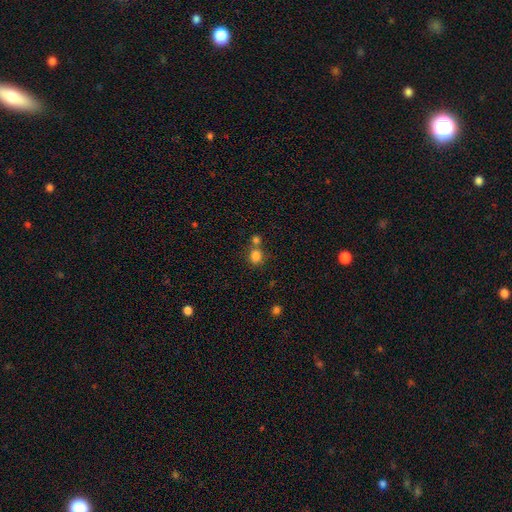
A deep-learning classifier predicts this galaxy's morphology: A smooth galaxy with no disk features (82%) that is round (69%). Merging: none (54%).